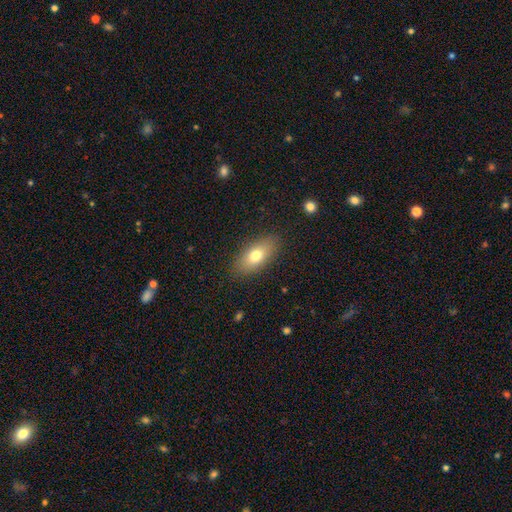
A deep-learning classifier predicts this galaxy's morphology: type=smooth (74%); roundness=in between (83%); merging=none (86%).